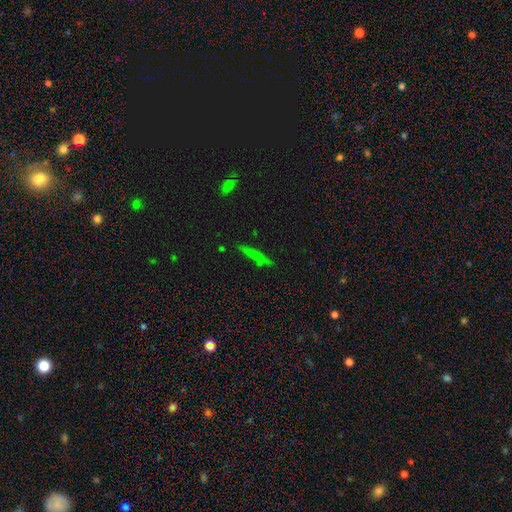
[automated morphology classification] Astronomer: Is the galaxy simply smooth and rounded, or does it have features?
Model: smooth — 59%.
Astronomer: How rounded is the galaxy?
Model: cigar-shaped — 90%.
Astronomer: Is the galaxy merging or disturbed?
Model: none — 82%.